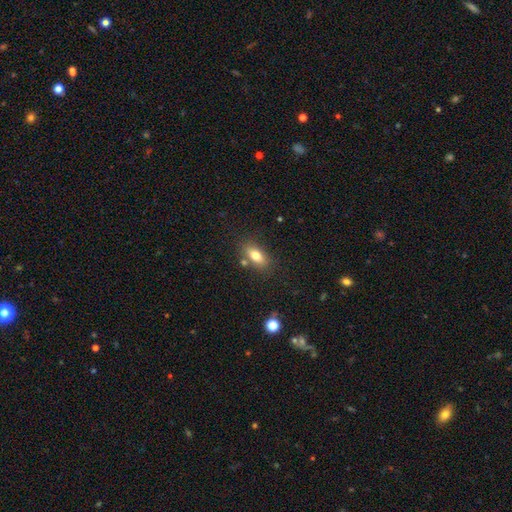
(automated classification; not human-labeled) Morphology: type=smooth (75%); roundness=in between (84%); merging=none (75%).